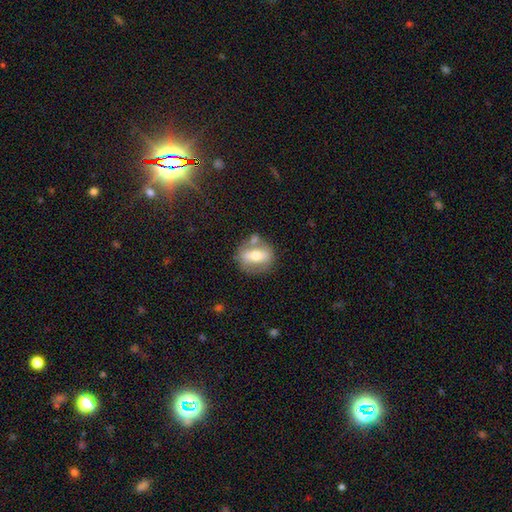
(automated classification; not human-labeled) Smooth or featured? Predicted: featured or disk (p=0.48). Merging? Predicted: none (p=0.61).